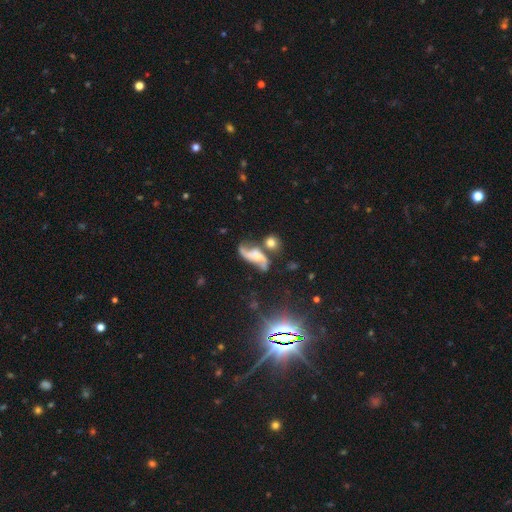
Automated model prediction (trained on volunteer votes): Morphology: type=featured or disk (72%); edge-on=no (94%); bar=no (57%); spiral arms=yes (91%); winding=loose (73%); arm count=2 (87%); bulge=small (38%); merging=none (40%).